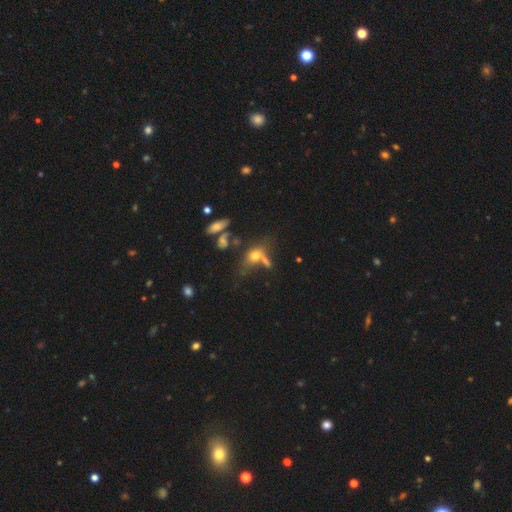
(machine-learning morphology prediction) type=smooth (65%); roundness=in between (63%); merging=none (36%).